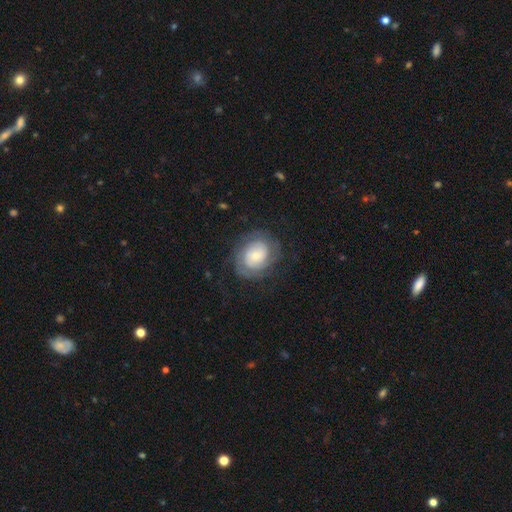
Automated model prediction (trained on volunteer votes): A featured or disk galaxy (63%) with no bar (73%), 2 (38%, tied with can't tell) tight (61%) spiral arms (85%) and a small central bulge (60%).

Vote fractions:
- Smooth or featured? featured or disk: 63% / smooth: 30% / star or artifact: 7%
- Edge-on disk? no: 97% / yes: 3%
- Bar? no: 73% / weak: 23% / strong: 5%
- Spiral arms? yes: 85% / no: 15%
- Spiral winding? tight: 61% / medium: 28% / loose: 11%
- Spiral arm count? 2: 38% (tied) / can't tell: 38% (tied) / 3: 11% / 1: 5% / 4: 5% / more than 4: 4%
- Bulge size? small: 60% / moderate: 28% / large: 7% / none: 3% / dominant: 2%
- Merging? none: 70% / minor disturbance: 17% / major disturbance: 12% / merger: 1%